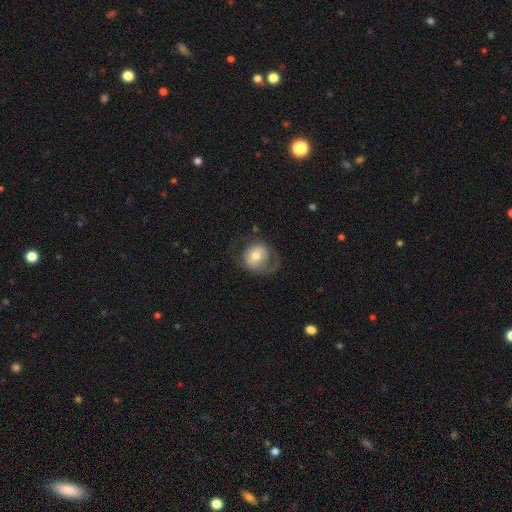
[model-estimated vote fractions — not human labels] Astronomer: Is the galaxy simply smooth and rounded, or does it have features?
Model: smooth — 56% (runner-up: featured or disk, 36%).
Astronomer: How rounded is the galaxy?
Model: round — 76%.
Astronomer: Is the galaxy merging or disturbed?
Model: none — 44% (runner-up: major disturbance, 31%).